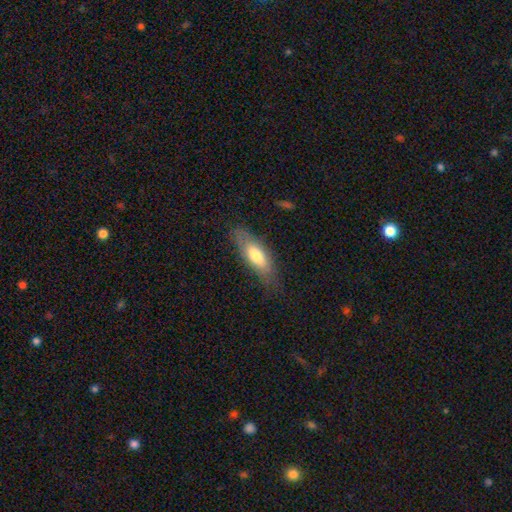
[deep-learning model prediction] smooth 66%, featured or disk 28%, star or artifact 6%. Down the decision tree: how rounded — in between (64%); merging — none (72%).